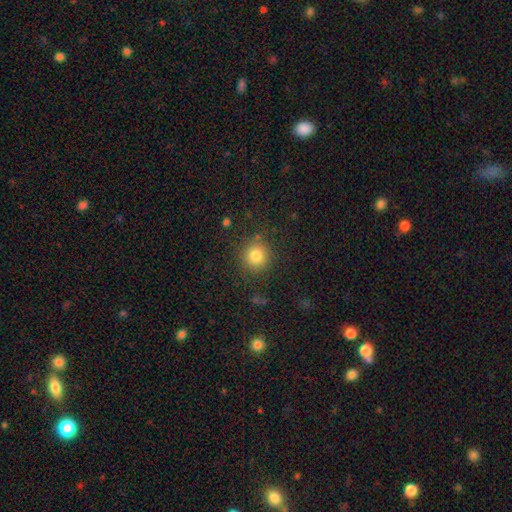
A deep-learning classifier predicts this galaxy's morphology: The model was most divided on "smooth or featured": smooth: 82%, star or artifact: 12%, featured or disk: 6%. More confident: how rounded — round (90%); merging — none (85%).